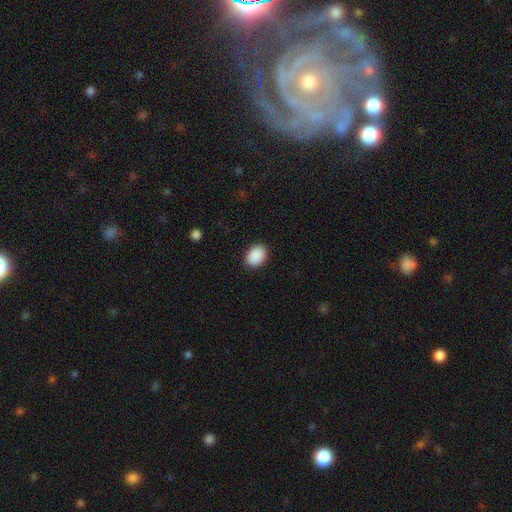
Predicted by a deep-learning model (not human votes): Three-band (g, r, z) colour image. It shows a smooth galaxy with no disk features (91%) that is in between round and cigar-shaped (73%). Merging: none (90%).